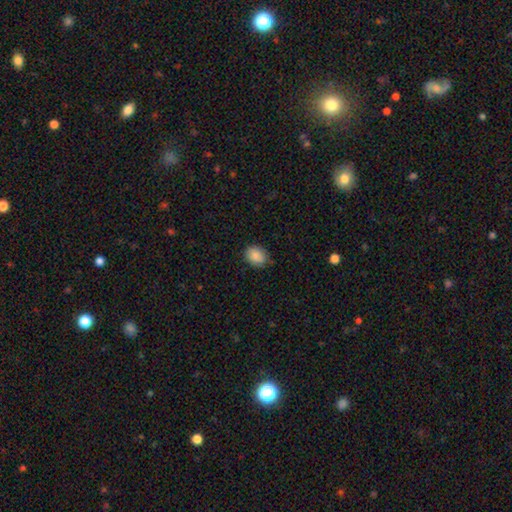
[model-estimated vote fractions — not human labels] Smooth or featured? Predicted: smooth (p=0.89). How rounded? Predicted: in between (p=0.60). Merging? Predicted: none (p=0.81).